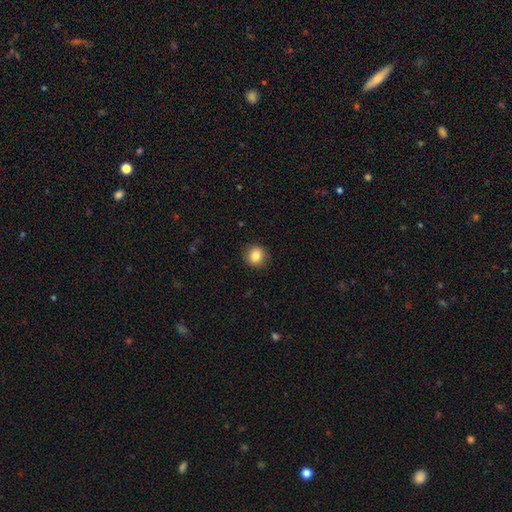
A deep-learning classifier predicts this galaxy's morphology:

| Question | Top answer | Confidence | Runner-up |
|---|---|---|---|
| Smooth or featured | smooth | 85% | star or artifact (9%) |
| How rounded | round | 89% | in between (10%) |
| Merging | none | 90% | minor disturbance (7%) |